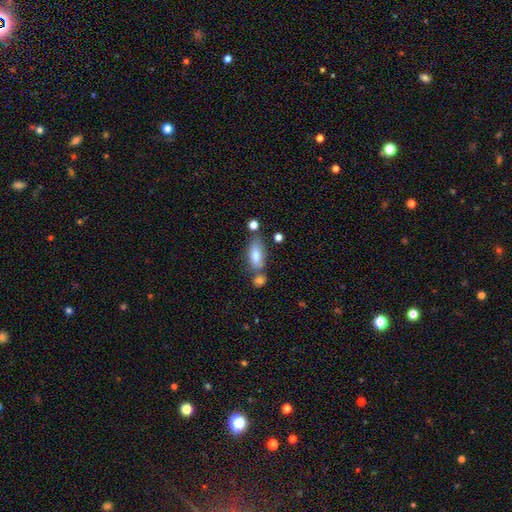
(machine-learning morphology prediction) Smooth or featured: smooth — 76% (featured or disk — 15%)
How rounded: in between — 80% (cigar-shaped — 17%)
Merging: none — 54% (merger — 23%)